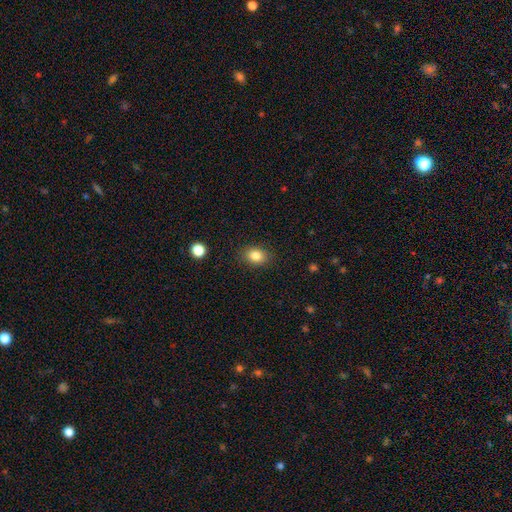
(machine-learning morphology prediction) Smooth or featured?
  - smooth: 84% *
  - star or artifact: 10%
  - featured or disk: 6%
How rounded?
  - in between: 61% *
  - round: 38%
  - cigar-shaped: 1%
Merging?
  - none: 87% *
  - minor disturbance: 9%
  - major disturbance: 3%
  - merger: 1%